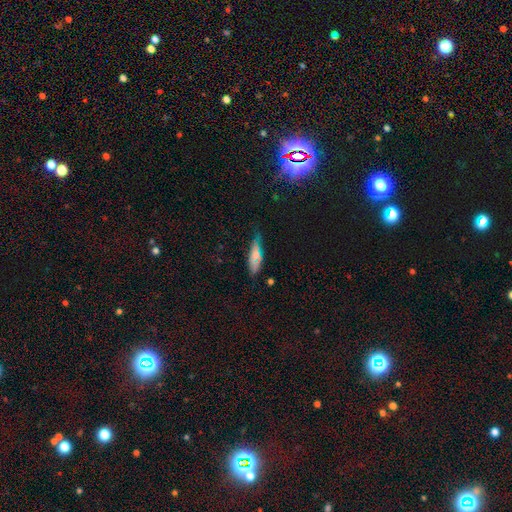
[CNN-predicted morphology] A smooth galaxy with no disk features (66%) that is in between round and cigar-shaped (49%).

Vote fractions:
- Smooth or featured? smooth: 66% / featured or disk: 20% / star or artifact: 14%
- How rounded? in between: 49% / cigar-shaped: 47% / round: 4%
- Merging? none: 63% / minor disturbance: 27% / major disturbance: 7% / merger: 3%